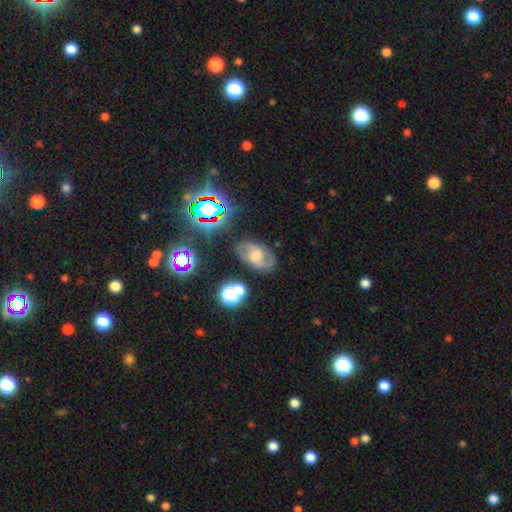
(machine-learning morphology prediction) The model was most divided on "bar": weak: 47%, no: 41%, strong: 13%. More confident: edge-on disk — no (96%); spiral arms — yes (84%); merging — none (73%); smooth or featured — featured or disk (62%); bulge size — moderate (52%).